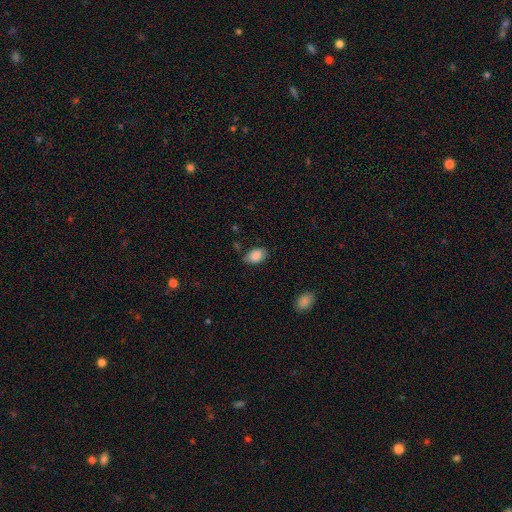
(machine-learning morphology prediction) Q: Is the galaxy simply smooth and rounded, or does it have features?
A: smooth — 86%.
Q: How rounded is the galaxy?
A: in between — 90%.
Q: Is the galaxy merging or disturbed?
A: none — 71%.